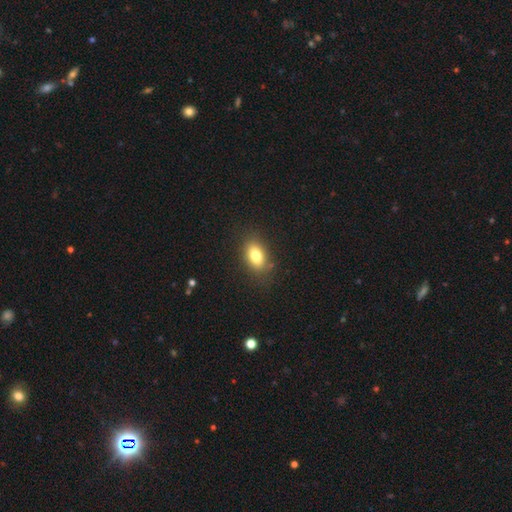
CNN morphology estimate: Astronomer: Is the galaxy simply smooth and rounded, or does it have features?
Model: smooth — 78%.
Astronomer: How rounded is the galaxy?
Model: in between — 85%.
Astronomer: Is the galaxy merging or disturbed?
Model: none — 83%.